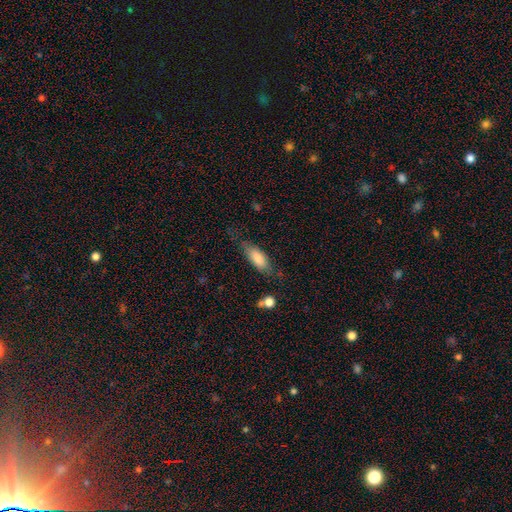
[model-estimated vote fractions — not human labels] This appears to be a smooth galaxy with no disk features (73%) that is in between round and cigar-shaped (64%). Merging: none (65%).